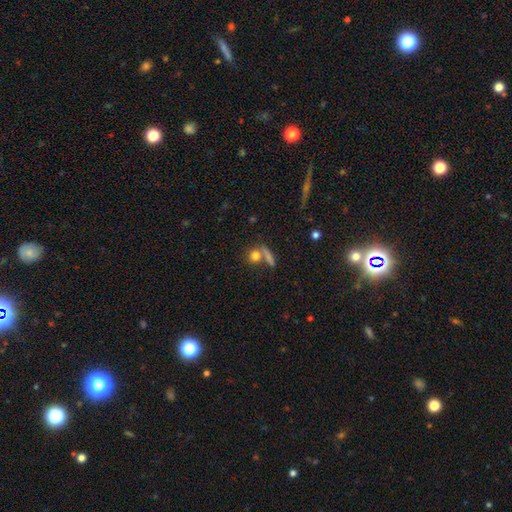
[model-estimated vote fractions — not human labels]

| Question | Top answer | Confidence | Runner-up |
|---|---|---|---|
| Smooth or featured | smooth | 78% | star or artifact (11%) |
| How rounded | round | 74% | in between (18%) |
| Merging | none | 58% | merger (29%) |